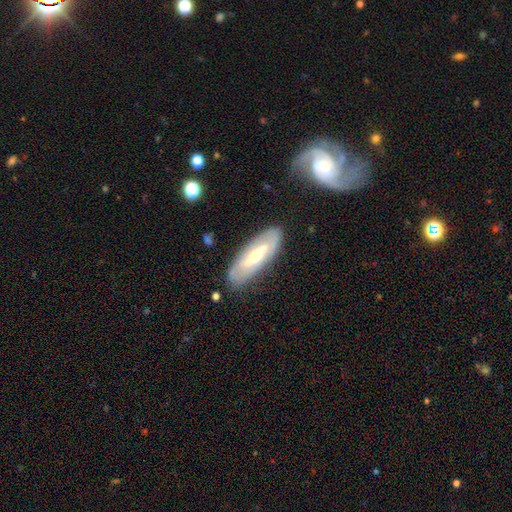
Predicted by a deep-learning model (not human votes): Overall: featured or disk (59%; smooth 35%). Edge-on disk: no (78%). Merging: none (81%).